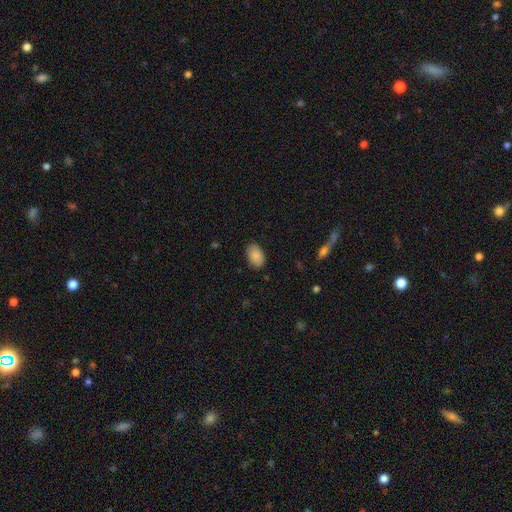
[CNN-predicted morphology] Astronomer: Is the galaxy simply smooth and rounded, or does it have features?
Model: smooth — 88%.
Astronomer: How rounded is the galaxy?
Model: in between — 91%.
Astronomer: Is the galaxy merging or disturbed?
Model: none — 83%.